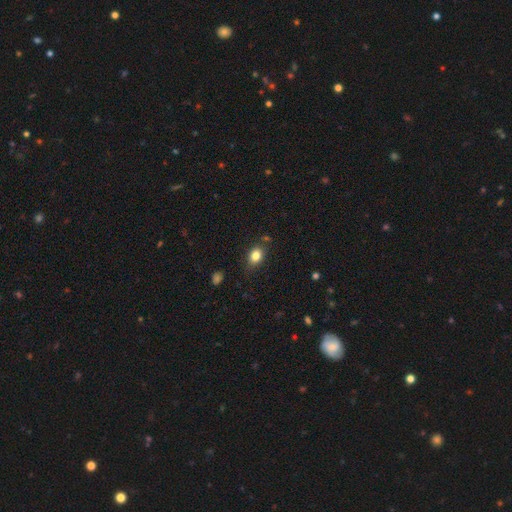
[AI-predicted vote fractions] smooth-or-featured: smooth: 82% | star or artifact: 10% | featured or disk: 8%
  how-rounded: in between: 66% | round: 33% | cigar-shaped: 2%
  merging: none: 77% | minor disturbance: 17% | major disturbance: 4% | merger: 3%